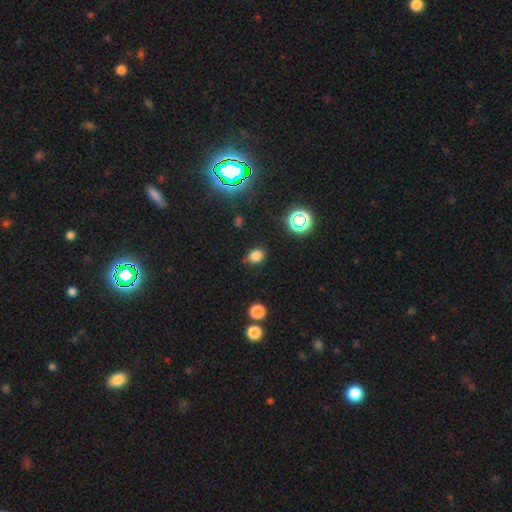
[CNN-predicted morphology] Smooth or featured: smooth — 77% (star or artifact — 18%)
How rounded: in between — 64% (round — 34%)
Merging: none — 76% (minor disturbance — 18%)